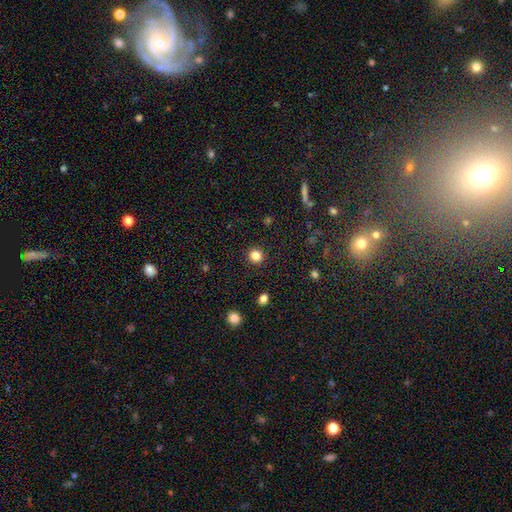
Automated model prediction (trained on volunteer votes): Morphology: type=smooth (84%); roundness=round (91%); merging=none (92%).